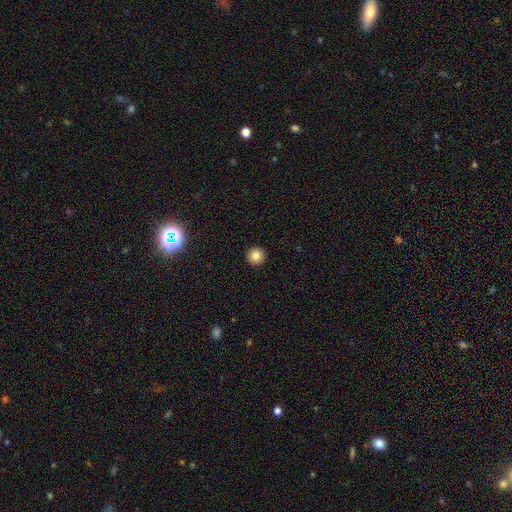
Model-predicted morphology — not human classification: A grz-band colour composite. It shows a smooth galaxy with no disk features (84%) that is round (96%). Merging: none (93%).